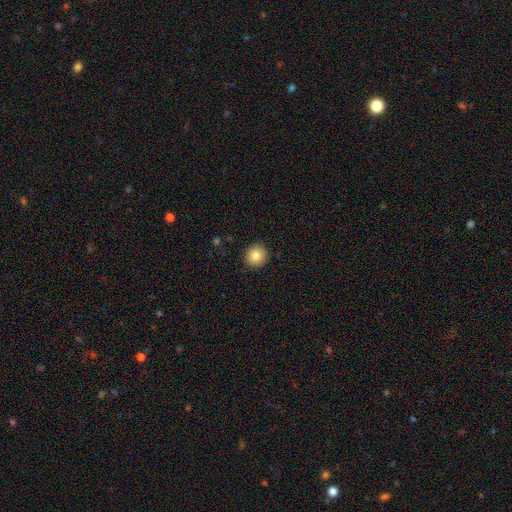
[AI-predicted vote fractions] Smooth or featured?
  - smooth: 82% *
  - star or artifact: 10%
  - featured or disk: 8%
How rounded?
  - round: 93% *
  - in between: 6%
  - cigar-shaped: 1%
Merging?
  - none: 91% *
  - minor disturbance: 6%
  - major disturbance: 2%
  - merger: 1%